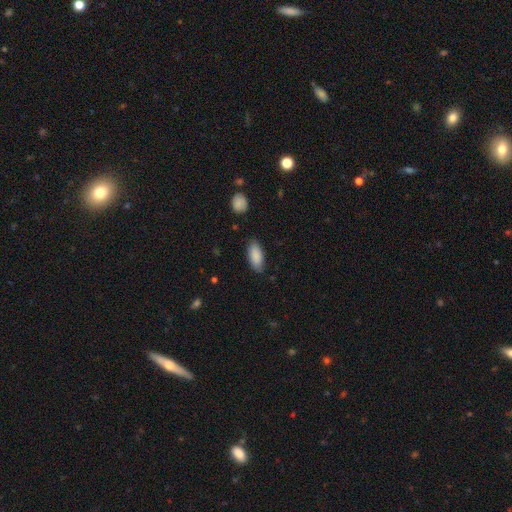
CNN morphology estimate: smooth-or-featured: smooth: 88% | star or artifact: 6% | featured or disk: 6%
  how-rounded: in between: 85% | cigar-shaped: 13% | round: 2%
  merging: none: 83% | minor disturbance: 13% | major disturbance: 3% | merger: 2%